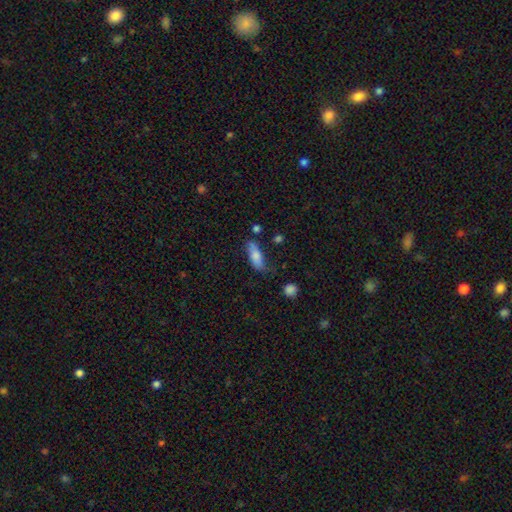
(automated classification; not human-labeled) Smooth or featured?
  - smooth: 76% *
  - featured or disk: 17%
  - star or artifact: 7%
How rounded?
  - in between: 63% *
  - cigar-shaped: 34%
  - round: 3%
Merging?
  - none: 60% *
  - minor disturbance: 27%
  - major disturbance: 8%
  - merger: 5%